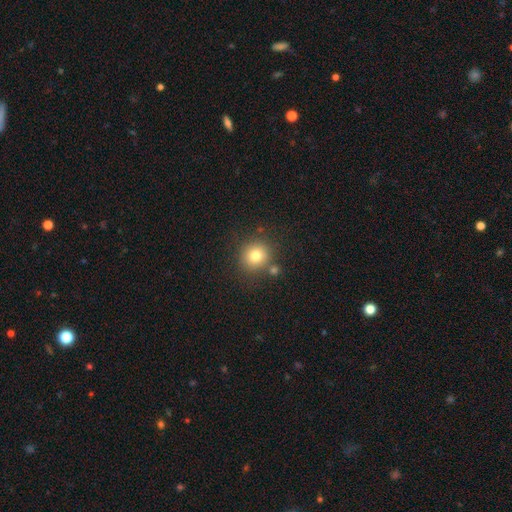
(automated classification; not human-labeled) smooth 78%, star or artifact 12%, featured or disk 9%. Down the decision tree: how rounded — round (88%); merging — none (76%).